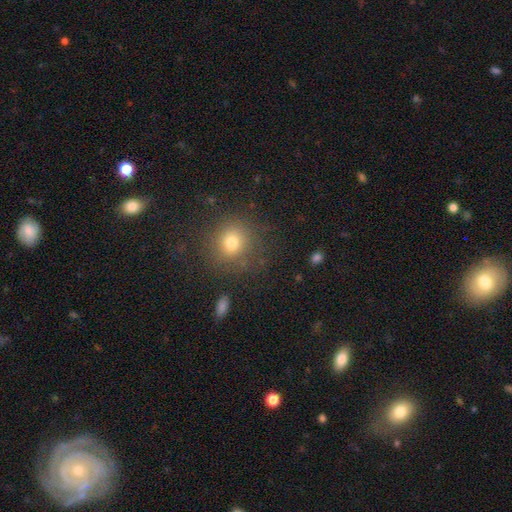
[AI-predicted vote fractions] The model was most divided on "smooth or featured": smooth: 56%, star or artifact: 32%, featured or disk: 12%. More confident: how rounded — round (92%); merging — none (85%).